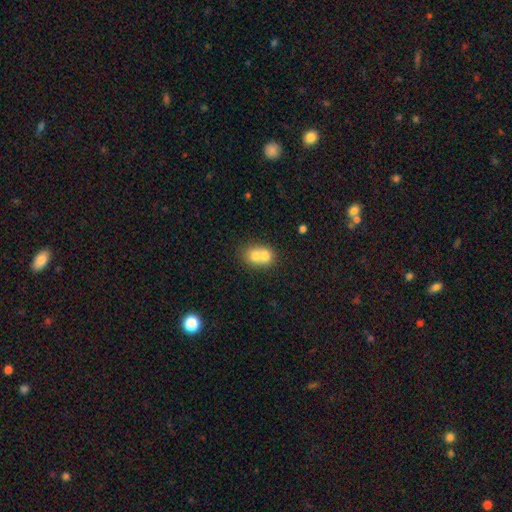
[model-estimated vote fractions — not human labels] Overall: smooth (68%). How rounded: round (63%; in between 36%). Merging: merger (71%).